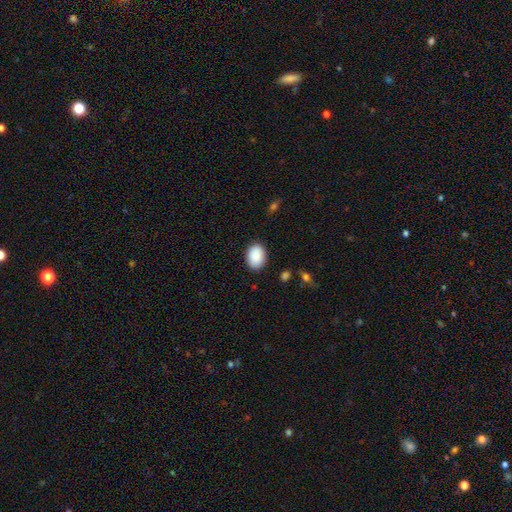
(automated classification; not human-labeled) The model was most divided on "how rounded": in between: 77%, round: 22%, cigar-shaped: 1%. More confident: smooth or featured — smooth (89%); merging — none (87%).